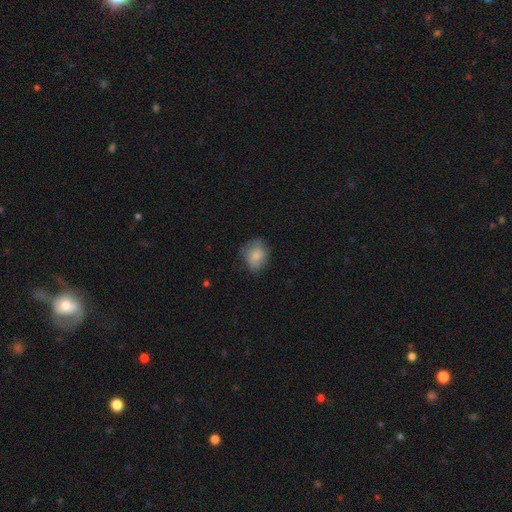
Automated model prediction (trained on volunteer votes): The model was most divided on "how rounded": round: 52%, in between: 47%, cigar-shaped: 1%. More confident: smooth or featured — smooth (80%); merging — none (67%).